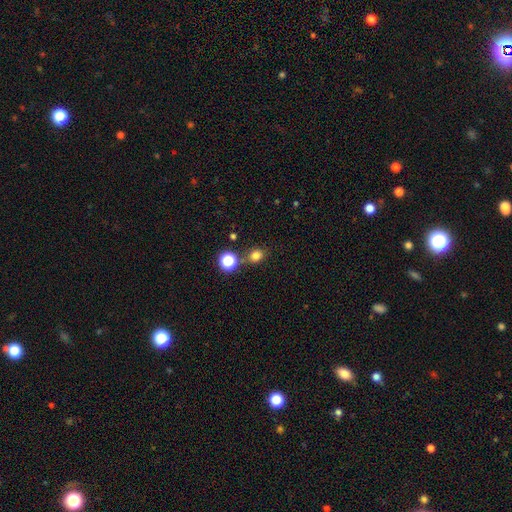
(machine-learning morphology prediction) Smooth or featured? Predicted: smooth (p=0.78). How rounded? Predicted: round (p=0.61). Merging? Predicted: none (p=0.75).